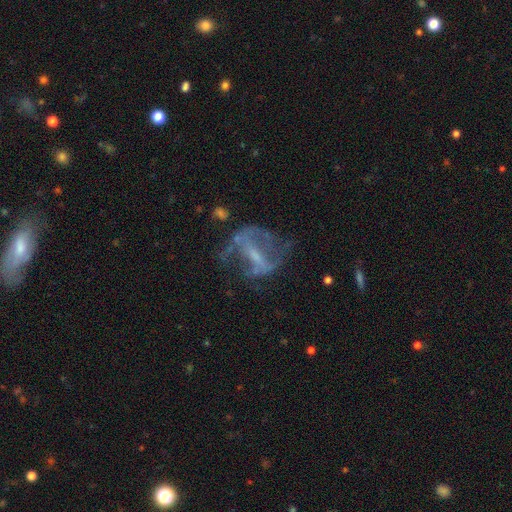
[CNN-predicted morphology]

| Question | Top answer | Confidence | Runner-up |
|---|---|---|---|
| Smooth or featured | featured or disk | 73% | smooth (16%) |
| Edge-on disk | no | 94% | yes (6%) |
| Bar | weak | 40% | strong (34%) |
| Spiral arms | yes | 55% | no (45%) |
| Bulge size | small | 47% | moderate (25%) |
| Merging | none | 43% | major disturbance (32%) |